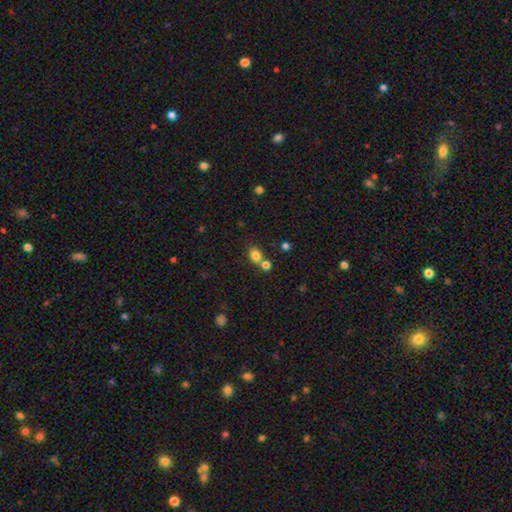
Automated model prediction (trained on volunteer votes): This is clearly a smooth galaxy (80%). How rounded: likely in between (62%). Merging: possibly none (50%).